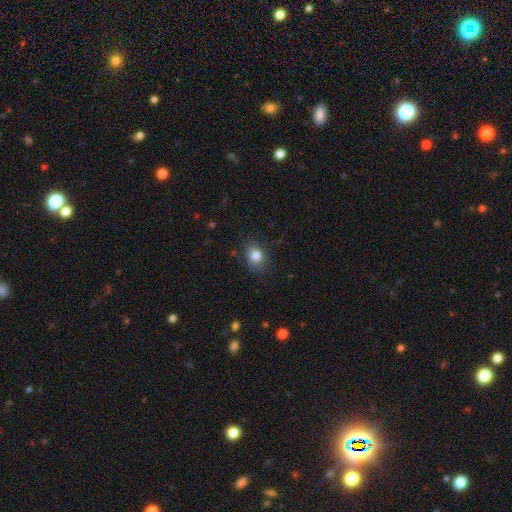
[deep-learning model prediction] Morphology: type=smooth (82%); roundness=in between (59%); merging=none (76%).